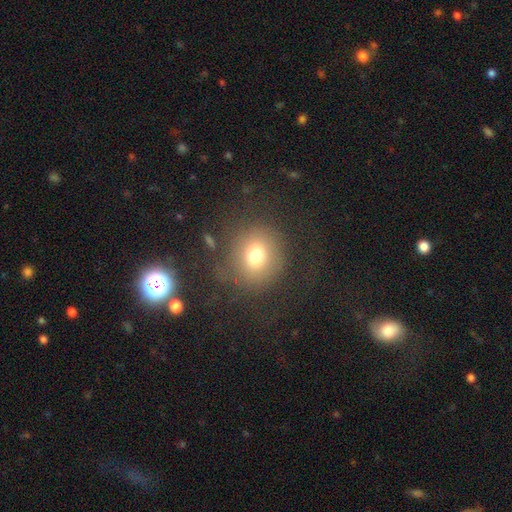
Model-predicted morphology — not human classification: smooth_or_featured: smooth (p=0.73) [alt: star or artifact p=0.15]
how_rounded: round (p=0.85) [alt: in between p=0.14]
merging: none (p=0.72) [alt: minor disturbance p=0.13]